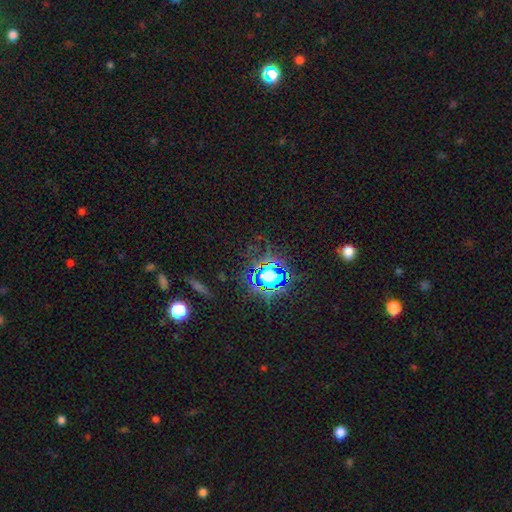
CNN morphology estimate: This is likely a star or artifact rather than a galaxy (80%).